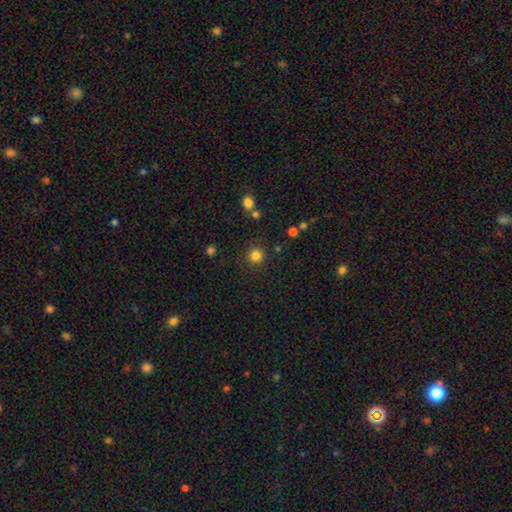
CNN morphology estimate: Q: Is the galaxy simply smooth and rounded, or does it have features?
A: smooth — 83%.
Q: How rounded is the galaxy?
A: round — 94%.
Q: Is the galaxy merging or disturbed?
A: none — 89%.